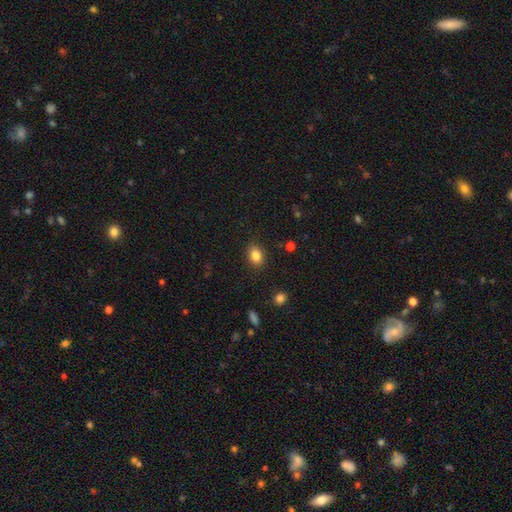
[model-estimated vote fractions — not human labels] Q: Smooth or featured?
A: smooth (85%); runner-up: star or artifact (10%)
Q: How rounded?
A: in between (73%); runner-up: round (26%)
Q: Merging?
A: none (87%); runner-up: minor disturbance (9%)